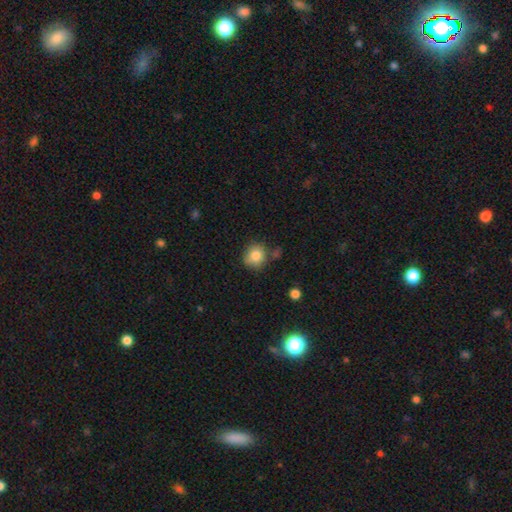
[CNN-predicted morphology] Smooth or featured?
  - smooth: 84% *
  - star or artifact: 9%
  - featured or disk: 7%
How rounded?
  - round: 82% *
  - in between: 17%
  - cigar-shaped: 1%
Merging?
  - none: 74% *
  - minor disturbance: 15%
  - merger: 7%
  - major disturbance: 4%